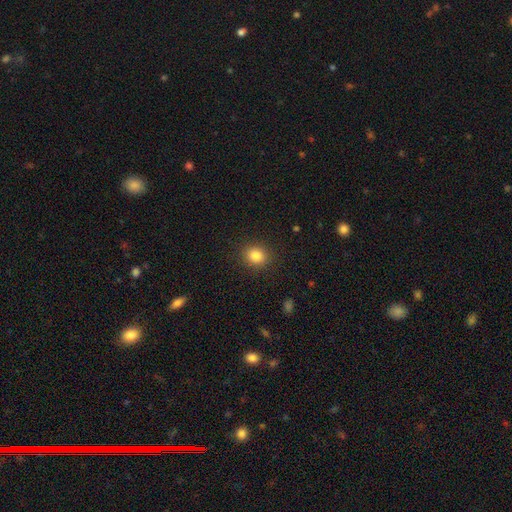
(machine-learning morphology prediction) This is clearly a smooth galaxy (85%). How rounded: likely round (65%). Merging: clearly none (88%).